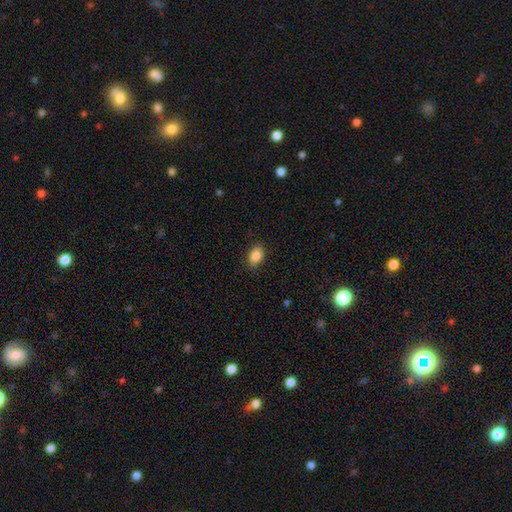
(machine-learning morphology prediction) This appears to be a smooth galaxy with no disk features (86%) that is in between round and cigar-shaped (88%). Merging: none (88%).